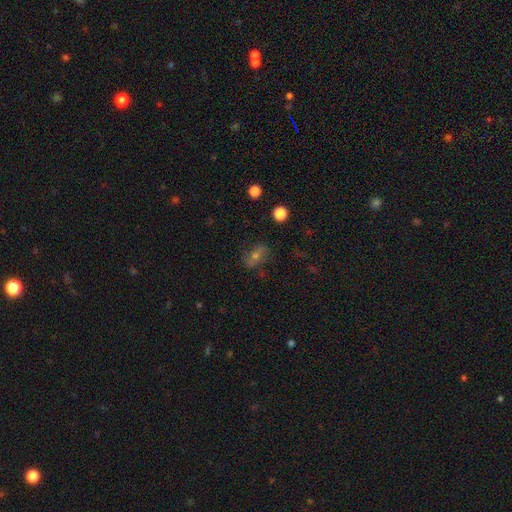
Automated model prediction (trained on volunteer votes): smooth 39%, featured or disk 37%, star or artifact 24%. Down the decision tree: merging — none (73%).